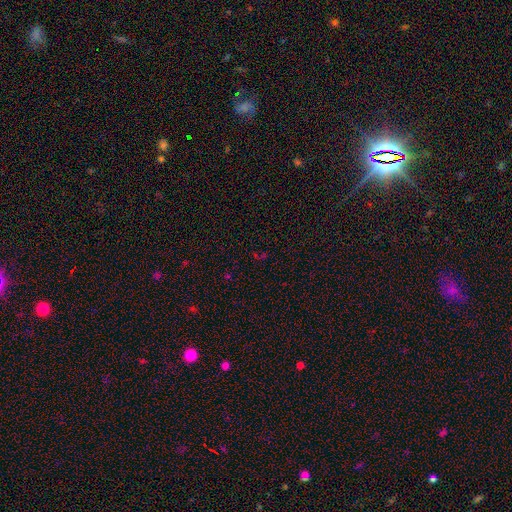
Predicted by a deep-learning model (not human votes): smooth-or-featured: star or artifact: 65% | smooth: 26% | featured or disk: 9%